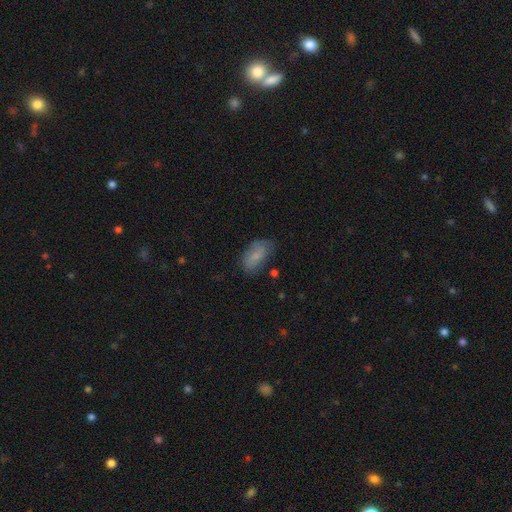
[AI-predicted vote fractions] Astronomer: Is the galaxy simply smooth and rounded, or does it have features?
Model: smooth — 74%.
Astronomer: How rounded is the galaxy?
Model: in between — 91%.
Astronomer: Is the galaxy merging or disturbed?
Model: none — 64%.